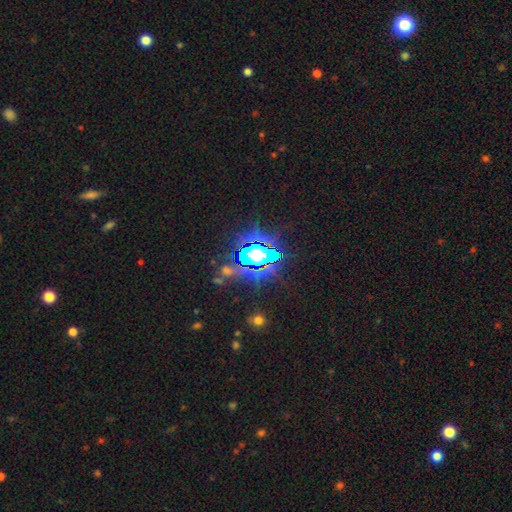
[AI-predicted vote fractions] smooth-or-featured: star or artifact: 82% | smooth: 10% | featured or disk: 7%